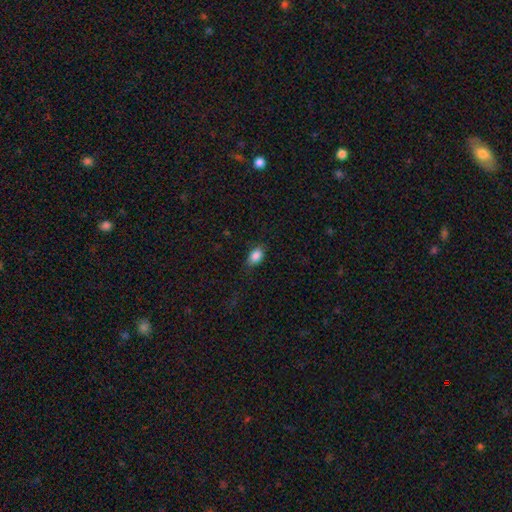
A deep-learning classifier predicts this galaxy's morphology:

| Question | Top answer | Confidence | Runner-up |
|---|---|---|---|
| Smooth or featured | smooth | 87% | star or artifact (8%) |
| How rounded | in between | 85% | round (13%) |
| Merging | none | 78% | minor disturbance (16%) |